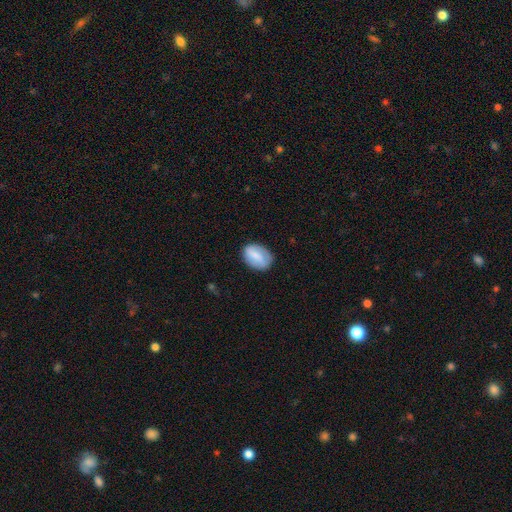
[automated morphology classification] Overall: smooth (70%). How rounded: in between (81%). Merging: none (75%).